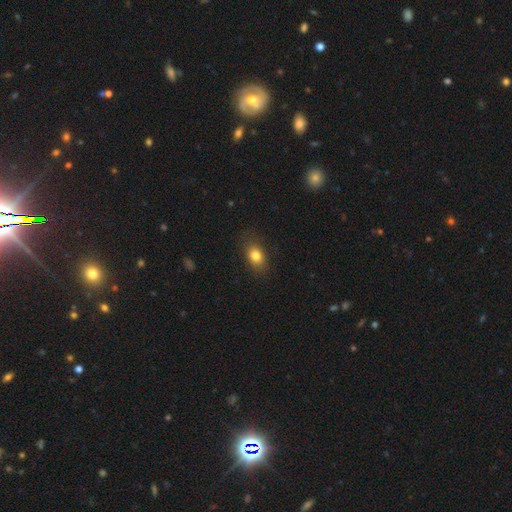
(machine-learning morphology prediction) smooth-or-featured: smooth: 81% | star or artifact: 10% | featured or disk: 9%
  how-rounded: in between: 75% | round: 23% | cigar-shaped: 2%
  merging: none: 82% | minor disturbance: 13% | major disturbance: 4% | merger: 1%